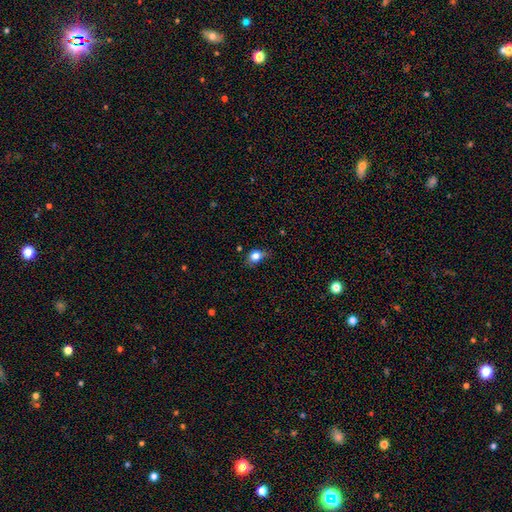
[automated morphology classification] Smooth or featured? Predicted: smooth (p=0.82). How rounded? Predicted: in between (p=0.57). Merging? Predicted: none (p=0.52).